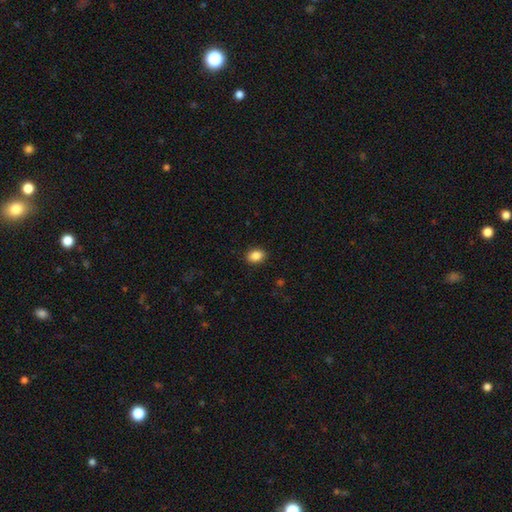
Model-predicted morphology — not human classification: Smooth or featured? smooth (88%)
How rounded? in between (72%)
Merging? none (90%)